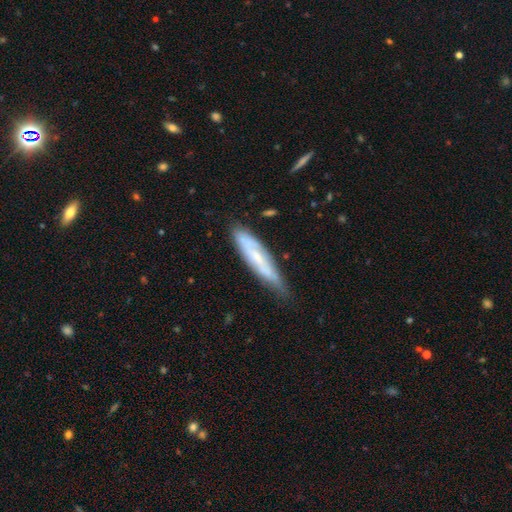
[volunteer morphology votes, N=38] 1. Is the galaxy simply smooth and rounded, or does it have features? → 63% featured or disk, 32% smooth, 5% star or artifact.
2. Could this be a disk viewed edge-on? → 62% yes, 38% no.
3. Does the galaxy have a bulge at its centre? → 73% none, 20% rounded, 7% boxy.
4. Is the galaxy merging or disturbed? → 81% none, 14% minor disturbance, 6% major disturbance, 0% merger.